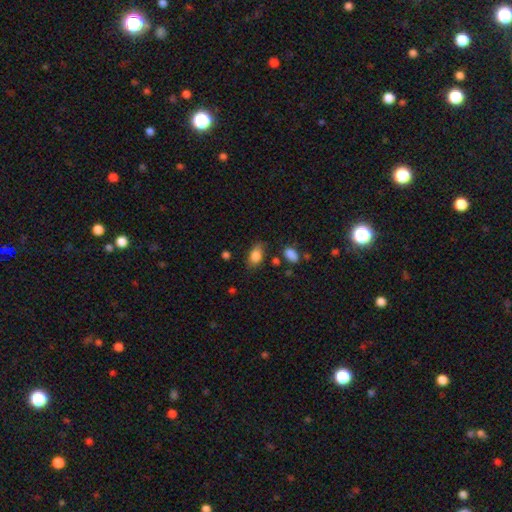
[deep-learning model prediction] This is clearly a smooth galaxy (83%). How rounded: clearly in between (86%). Merging: likely none (68%).